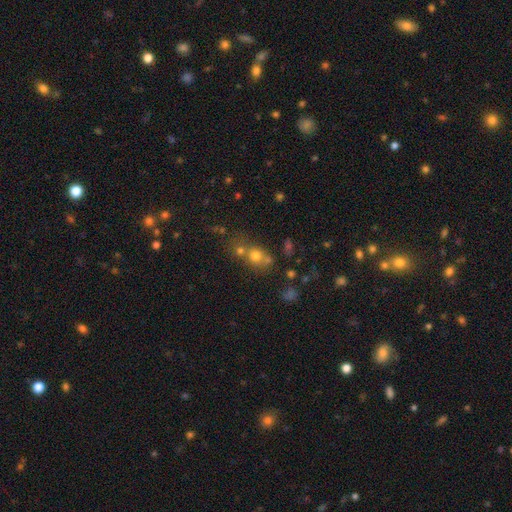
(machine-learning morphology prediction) smooth_or_featured: smooth (p=0.67) [alt: star or artifact p=0.18]
how_rounded: round (p=0.73) [alt: in between p=0.25]
merging: merger (p=0.46) [alt: none p=0.40]